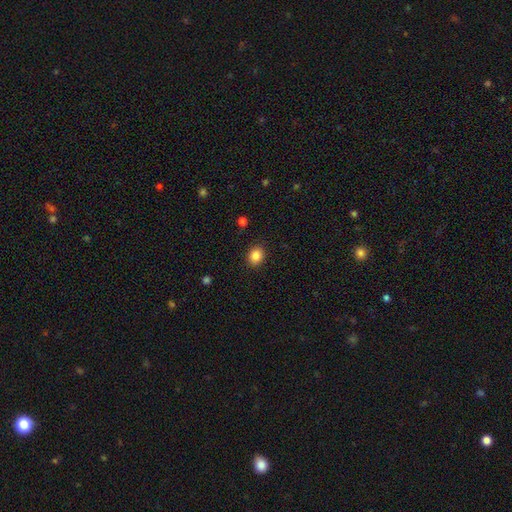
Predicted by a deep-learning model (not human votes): smooth-or-featured: smooth: 85% | star or artifact: 10% | featured or disk: 5%
  how-rounded: round: 63% | in between: 36% | cigar-shaped: 1%
  merging: none: 89% | minor disturbance: 7% | major disturbance: 2% | merger: 1%